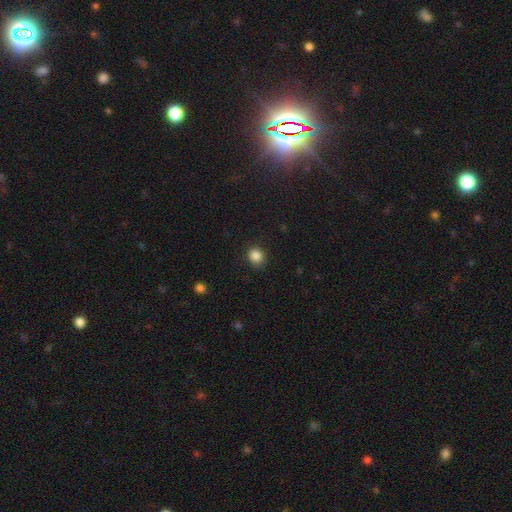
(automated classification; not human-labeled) Smooth or featured? Predicted: smooth (p=0.86). How rounded? Predicted: round (p=0.77). Merging? Predicted: none (p=0.87).